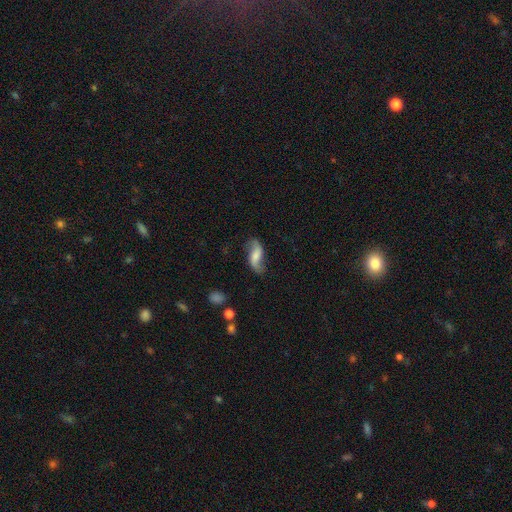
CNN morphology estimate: Smooth or featured: featured or disk — 69% (smooth — 24%)
Edge-on disk: no — 93% (yes — 7%)
Bar: weak — 41% (tied with no — 41%)
Spiral arms: yes — 93% (no — 7%)
Spiral winding: loose — 82% (medium — 14%)
Spiral arm count: 2 — 91% (1 — 3%)
Bulge size: moderate — 34% (small — 26%)
Merging: none — 72% (minor disturbance — 18%)